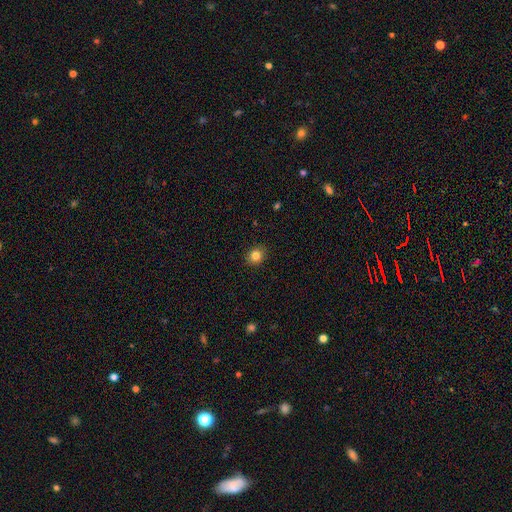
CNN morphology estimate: A smooth galaxy with no disk features (83%) that is round (75%). Merging: none (90%).